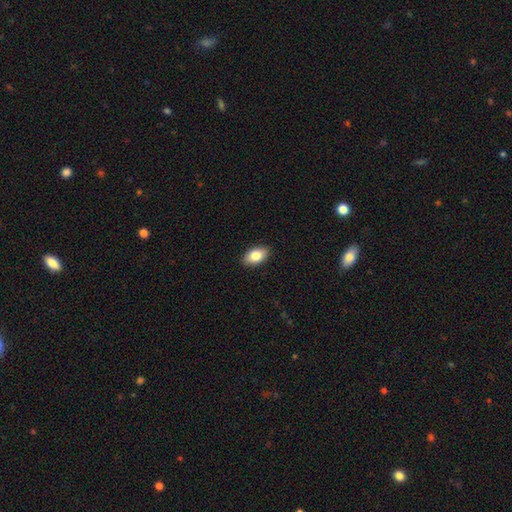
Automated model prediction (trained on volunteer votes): Q: Smooth or featured?
A: smooth (82%); runner-up: featured or disk (11%)
Q: How rounded?
A: in between (92%); runner-up: round (6%)
Q: Merging?
A: none (90%); runner-up: minor disturbance (8%)